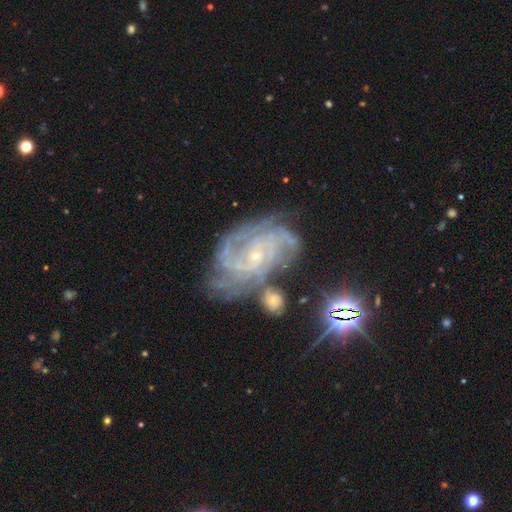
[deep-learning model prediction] The model was most divided on "spiral arm count" (2-way tie): 4: 23%, can't tell: 23%, 3: 20%, 2: 14%, more than 4: 13%, 1: 7%. More confident: edge-on disk — no (97%); spiral arms — yes (97%); smooth or featured — featured or disk (88%); bulge size — small (85%); bar — no (64%); spiral winding — tight (61%); merging — none (58%).